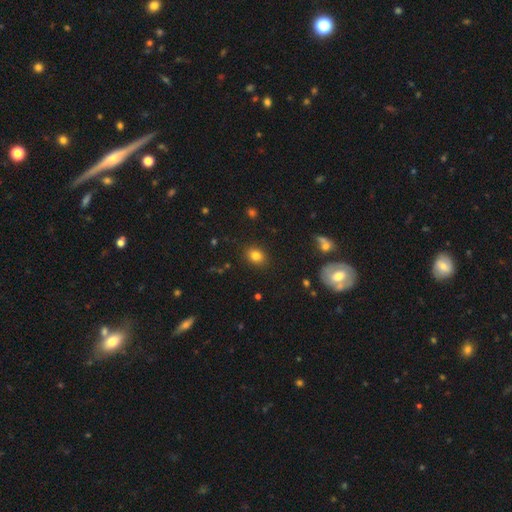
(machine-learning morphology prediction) The model was most divided on "how rounded": in between: 50%, round: 49%, cigar-shaped: 1%. More confident: merging — none (88%); smooth or featured — smooth (81%).